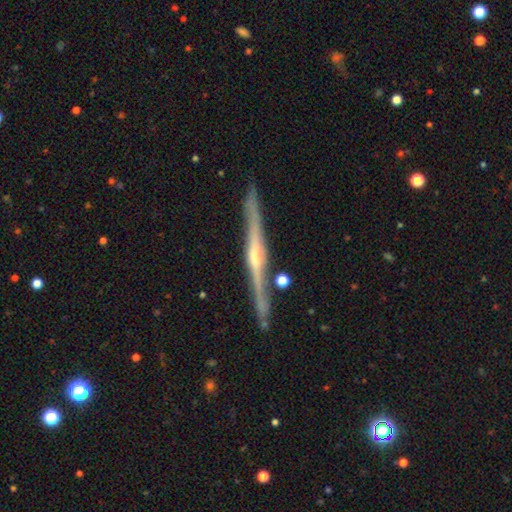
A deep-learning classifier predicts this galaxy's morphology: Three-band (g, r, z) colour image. It shows a featured or disk galaxy (83%) viewed edge-on (98%) with a rounded central bulge (71%). Merging: none (86%).